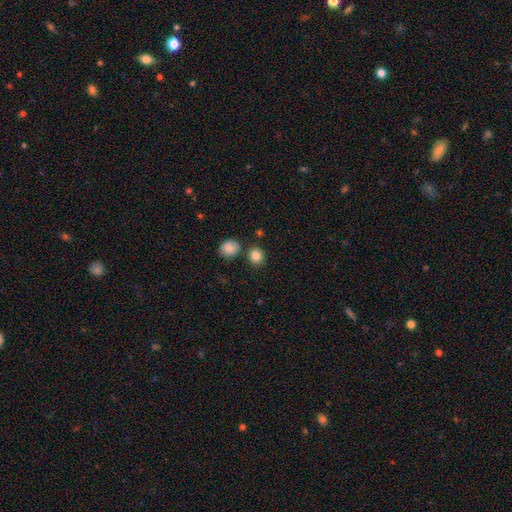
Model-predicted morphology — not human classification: type=smooth (85%); roundness=round (80%); merging=none (79%).